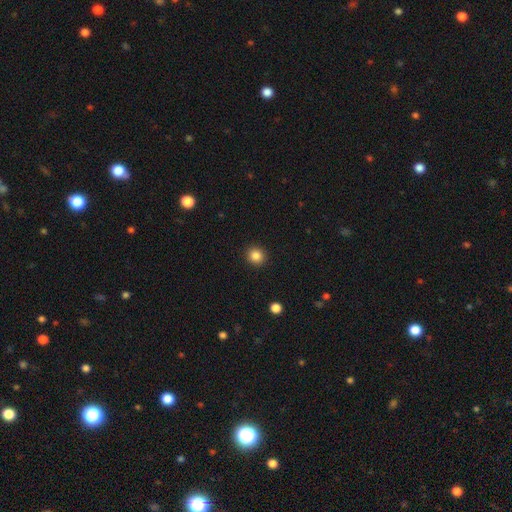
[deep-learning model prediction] Smooth or featured: smooth — 85% (star or artifact — 11%)
How rounded: round — 88% (in between — 11%)
Merging: none — 92% (minor disturbance — 5%)